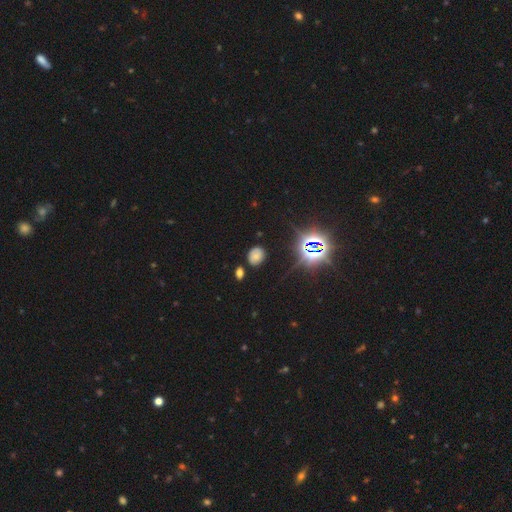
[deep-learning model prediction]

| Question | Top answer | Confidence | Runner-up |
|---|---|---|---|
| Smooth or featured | smooth | 61% | star or artifact (27%) |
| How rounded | in between | 52% | round (47%) |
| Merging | none | 78% | minor disturbance (14%) |